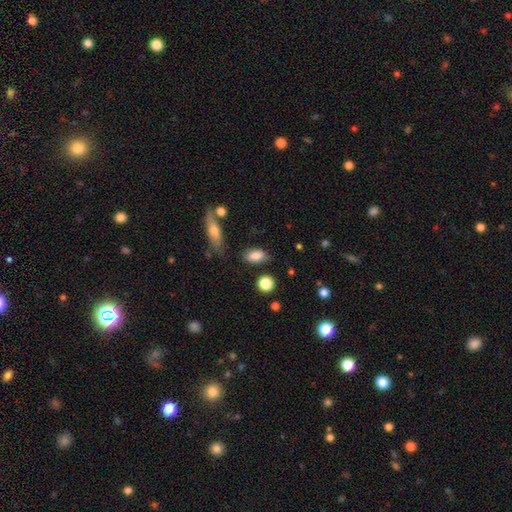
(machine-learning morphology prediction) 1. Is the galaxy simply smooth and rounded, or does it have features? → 82% smooth, 10% featured or disk, 8% star or artifact.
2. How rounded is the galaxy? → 87% in between, 8% round, 6% cigar-shaped.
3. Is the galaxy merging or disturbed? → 79% none, 13% minor disturbance, 4% merger, 4% major disturbance.